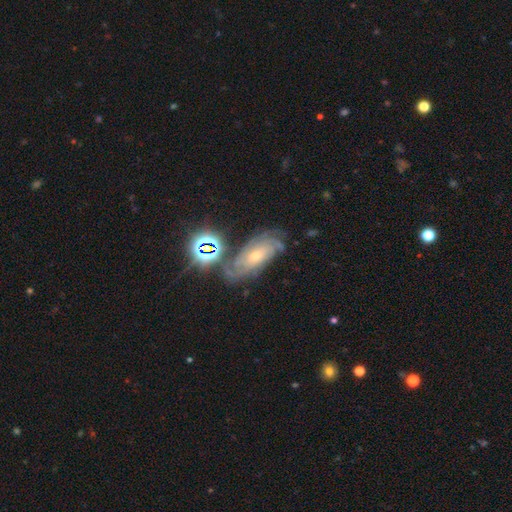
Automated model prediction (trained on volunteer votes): smooth_or_featured: featured or disk (p=0.73) [alt: star or artifact p=0.16]
disk_edge_on: no (p=0.92) [alt: yes p=0.08]
bar: no (p=0.69) [alt: weak p=0.24]
has_spiral_arms: yes (p=0.95) [alt: no p=0.05]
spiral_winding: tight (p=0.71) [alt: medium p=0.24]
spiral_arm_count: can't tell (p=0.41) [alt: 3 p=0.18]
bulge_size: small (p=0.63) [alt: moderate p=0.32]
merging: none (p=0.69) [alt: minor disturbance p=0.18]